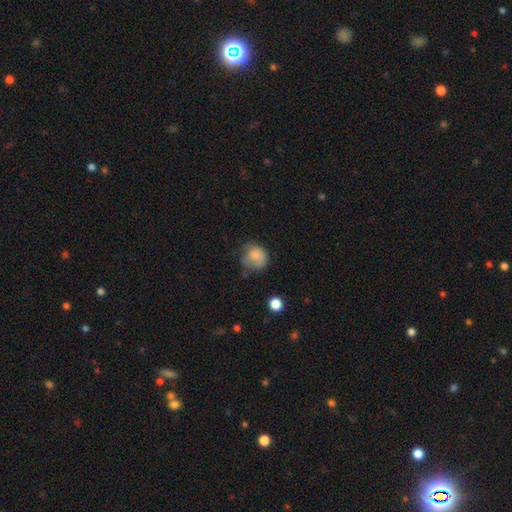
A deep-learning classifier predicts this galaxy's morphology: smooth-or-featured: smooth: 78% | featured or disk: 12% | star or artifact: 10%
  how-rounded: round: 74% | in between: 26% | cigar-shaped: 1%
  merging: none: 43% | minor disturbance: 34% | major disturbance: 20% | merger: 3%